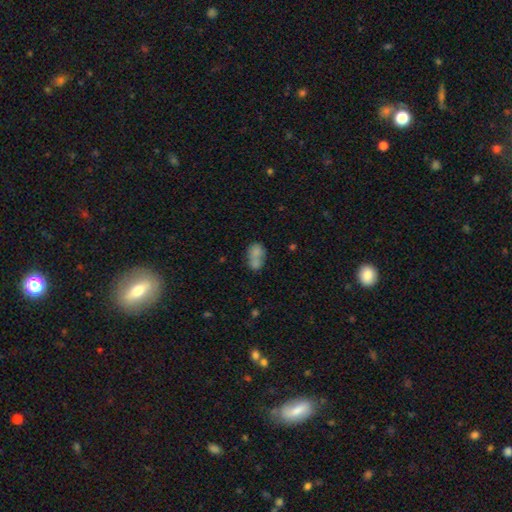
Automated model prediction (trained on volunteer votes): Smooth or featured?
  - smooth: 75% *
  - featured or disk: 15%
  - star or artifact: 10%
How rounded?
  - in between: 71% *
  - round: 27%
  - cigar-shaped: 2%
Merging?
  - merger: 58% *
  - none: 26%
  - minor disturbance: 11%
  - major disturbance: 6%